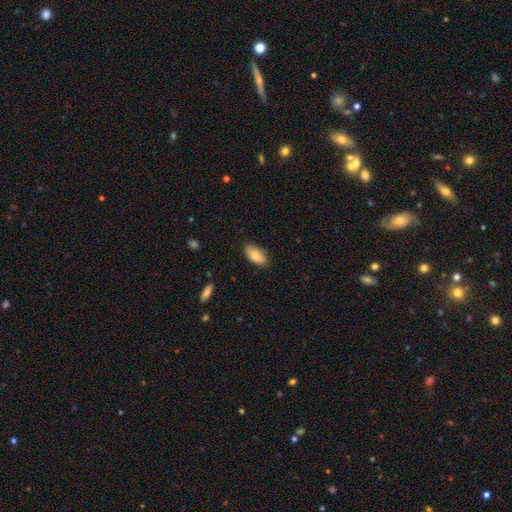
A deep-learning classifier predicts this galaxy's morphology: Smooth or featured?
  - smooth: 81% *
  - featured or disk: 12%
  - star or artifact: 7%
How rounded?
  - in between: 91% *
  - cigar-shaped: 7%
  - round: 3%
Merging?
  - none: 80% *
  - minor disturbance: 17%
  - major disturbance: 3%
  - merger: 1%